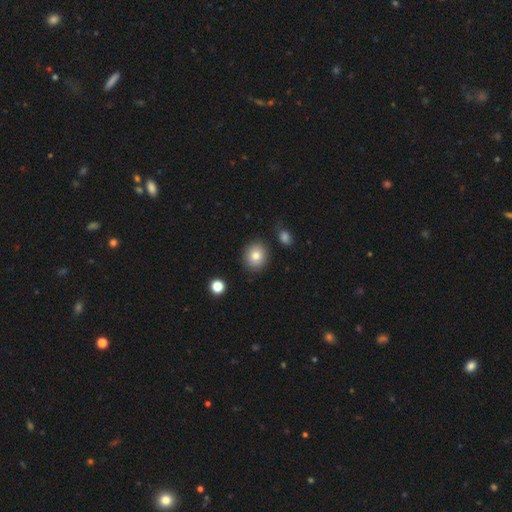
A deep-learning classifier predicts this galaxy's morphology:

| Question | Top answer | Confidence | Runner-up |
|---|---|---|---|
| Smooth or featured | smooth | 80% | star or artifact (10%) |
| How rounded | round | 80% | in between (19%) |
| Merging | none | 85% | minor disturbance (9%) |